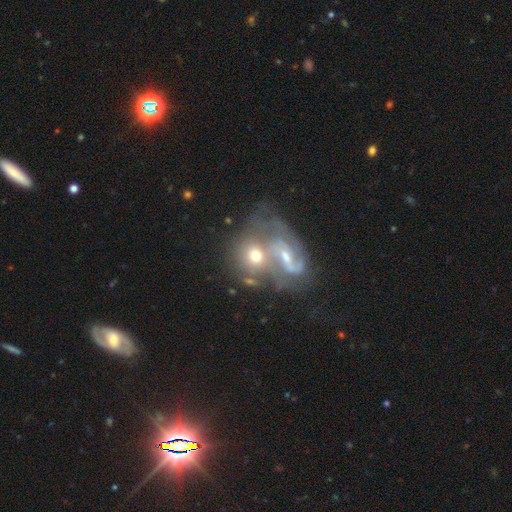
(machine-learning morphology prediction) The model was most divided on "bulge size": moderate: 51%, small: 37%, large: 6%, none: 4%, dominant: 2%. More confident: edge-on disk — no (96%); spiral arms — yes (76%); merging — merger (64%); smooth or featured — featured or disk (53%); bar — no (51%).